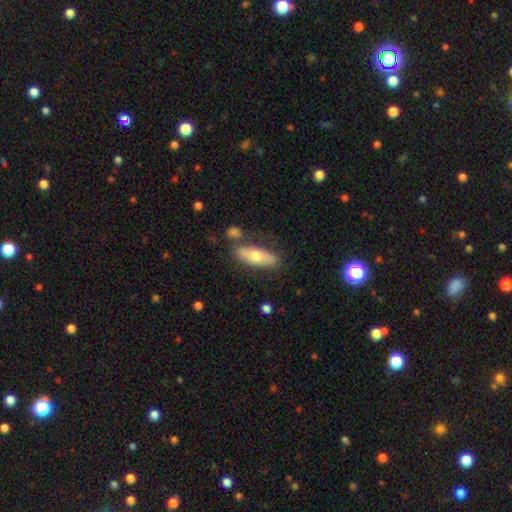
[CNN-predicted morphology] The model was most divided on "how rounded": in between: 57%, cigar-shaped: 40%, round: 3%. More confident: merging — none (73%); smooth or featured — smooth (63%).